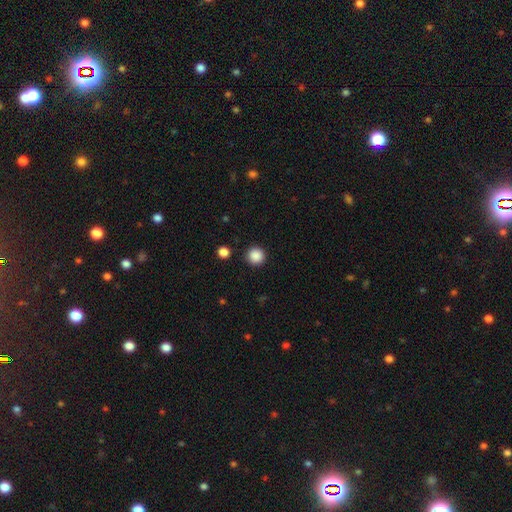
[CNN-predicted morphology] This is clearly a smooth galaxy (88%). How rounded: clearly round (95%). Merging: clearly none (92%).